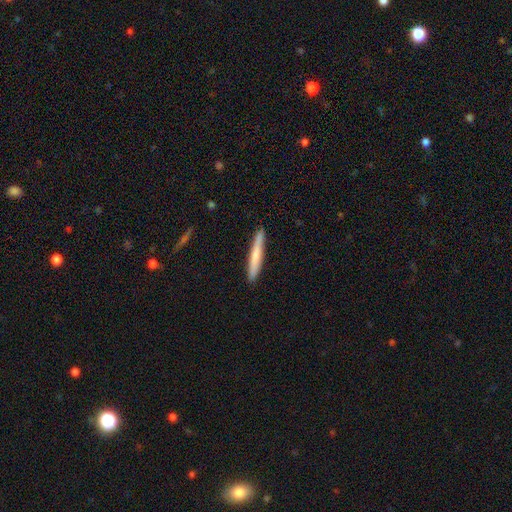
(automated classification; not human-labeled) smooth_or_featured: smooth (p=0.65) [alt: featured or disk p=0.29]
how_rounded: cigar-shaped (p=0.96) [alt: in between p=0.03]
merging: none (p=0.91) [alt: minor disturbance p=0.07]